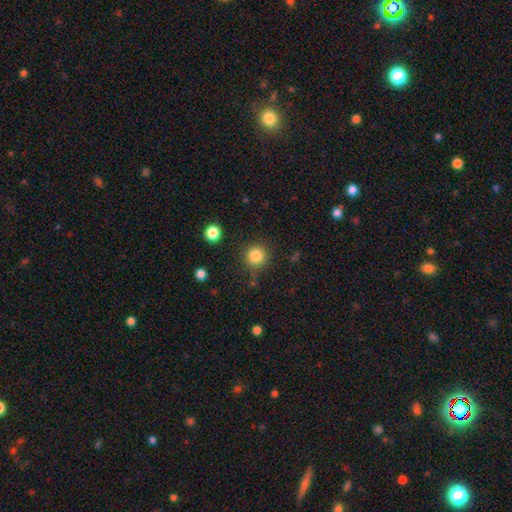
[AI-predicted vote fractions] Smooth or featured? smooth (83%)
How rounded? round (94%)
Merging? none (83%)